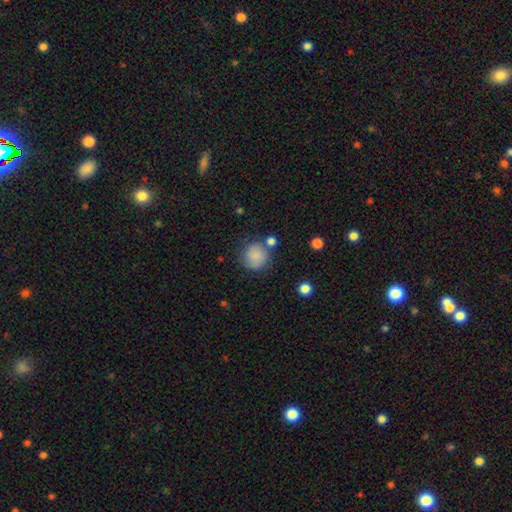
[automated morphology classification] Overall: smooth (84%). How rounded: round (89%). Merging: none (71%).